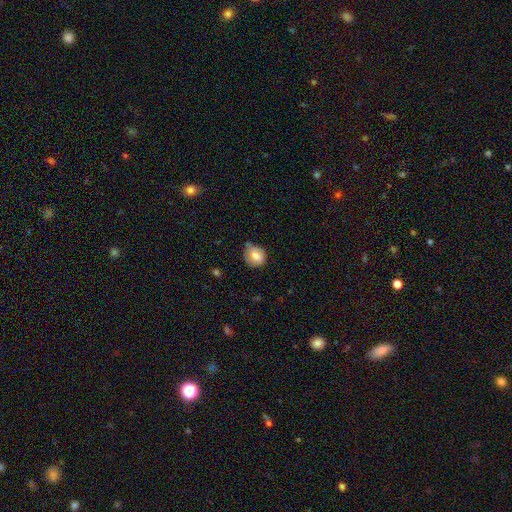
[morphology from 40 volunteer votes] smooth-or-featured: smooth: 62% | featured or disk: 32% | star or artifact: 5%
  how-rounded: round: 68% | in between: 32% | cigar-shaped: 0%
  merging: none: 71% | minor disturbance: 21% | merger: 5% | major disturbance: 3%